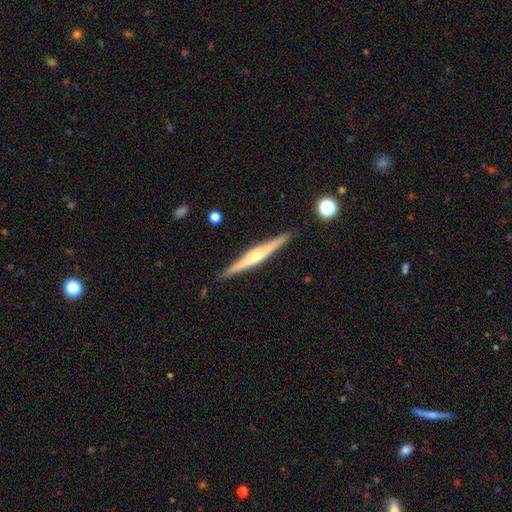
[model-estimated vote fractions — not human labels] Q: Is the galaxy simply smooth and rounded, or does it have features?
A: featured or disk — 76%.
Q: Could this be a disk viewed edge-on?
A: yes — 98%.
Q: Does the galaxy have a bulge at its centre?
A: rounded — 81%.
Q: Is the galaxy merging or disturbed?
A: none — 91%.